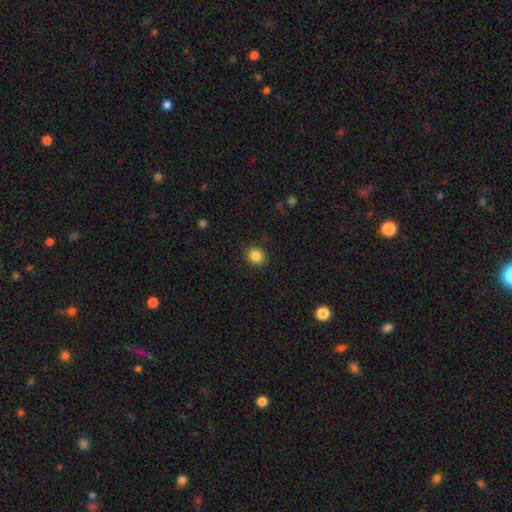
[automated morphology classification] Smooth or featured? Predicted: smooth (p=0.86). How rounded? Predicted: round (p=0.72). Merging? Predicted: none (p=0.89).